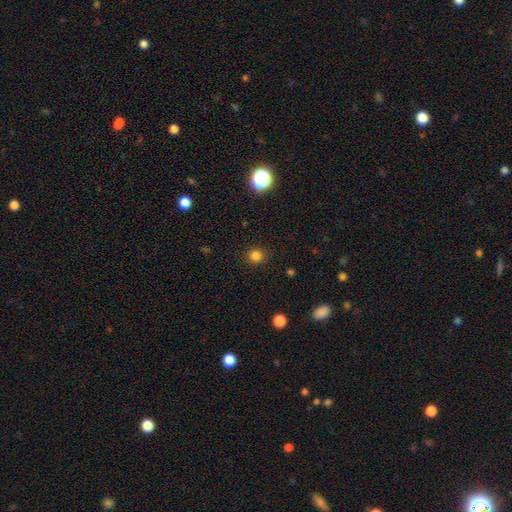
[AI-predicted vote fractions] Q: Smooth or featured?
A: smooth (81%); runner-up: star or artifact (15%)
Q: How rounded?
A: round (86%); runner-up: in between (13%)
Q: Merging?
A: none (89%); runner-up: minor disturbance (7%)